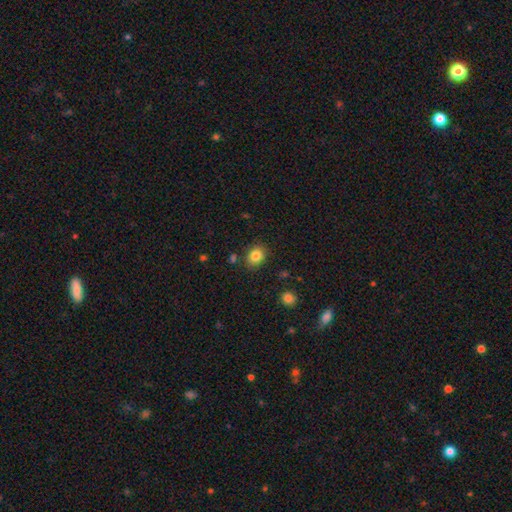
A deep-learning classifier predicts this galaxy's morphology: Smooth or featured?
  - smooth: 84% *
  - star or artifact: 10%
  - featured or disk: 6%
How rounded?
  - round: 50% *
  - in between: 49%
  - cigar-shaped: 1%
Merging?
  - none: 84% *
  - minor disturbance: 10%
  - merger: 3%
  - major disturbance: 3%